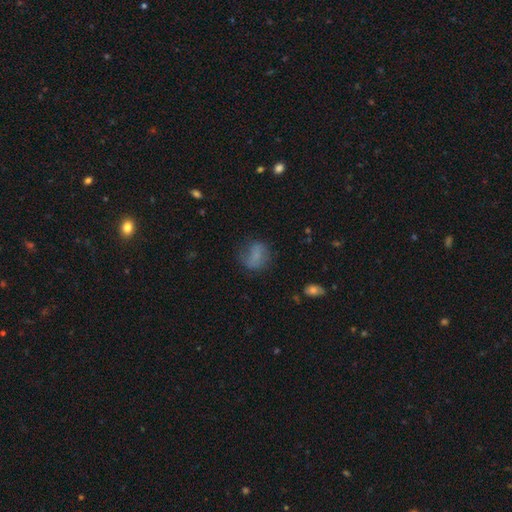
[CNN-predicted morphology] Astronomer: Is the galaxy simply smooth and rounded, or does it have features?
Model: smooth — 68%.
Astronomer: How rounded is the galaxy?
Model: in between — 52% (runner-up: round, 46%).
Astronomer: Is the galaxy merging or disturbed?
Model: none — 60%.